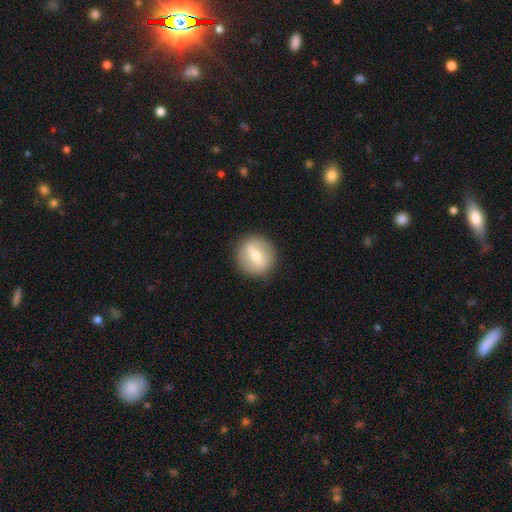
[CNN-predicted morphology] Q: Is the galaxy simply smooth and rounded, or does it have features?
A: smooth — 48%.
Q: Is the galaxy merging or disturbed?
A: none — 89%.